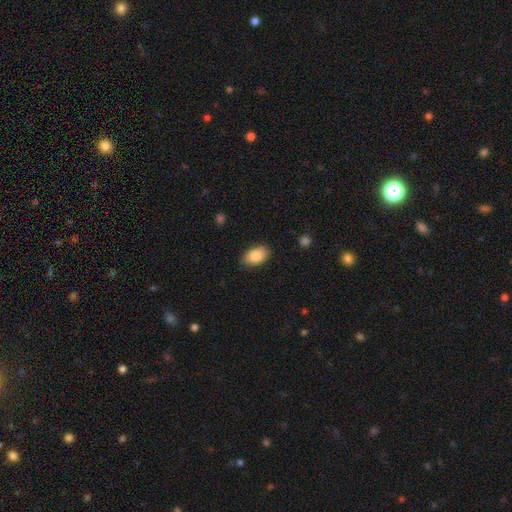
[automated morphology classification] This is clearly a smooth galaxy (87%). How rounded: clearly in between (92%). Merging: clearly none (85%).